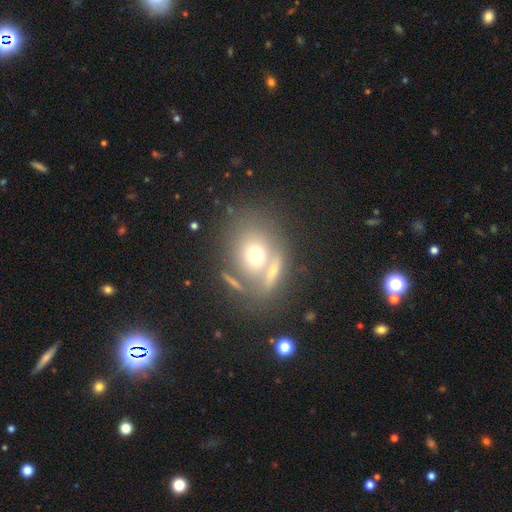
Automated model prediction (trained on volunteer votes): The model was most divided on "merging": none: 51%, merger: 30%, minor disturbance: 12%, major disturbance: 8%. More confident: how rounded — round (62%); smooth or featured — smooth (62%).